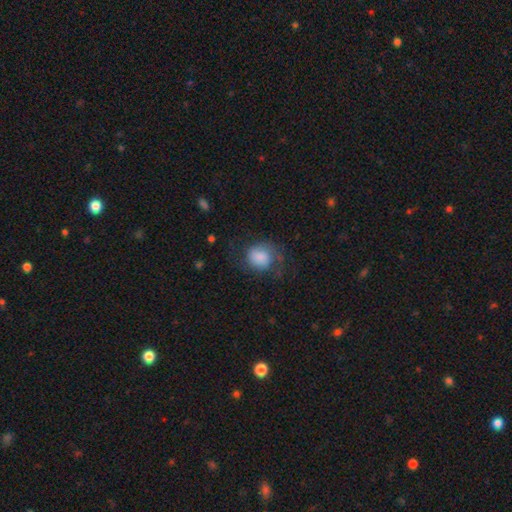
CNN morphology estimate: Smooth or featured?
  - smooth: 57% *
  - featured or disk: 32%
  - star or artifact: 11%
How rounded?
  - round: 71% *
  - in between: 28%
  - cigar-shaped: 1%
Merging?
  - none: 59% *
  - minor disturbance: 22%
  - major disturbance: 17%
  - merger: 1%